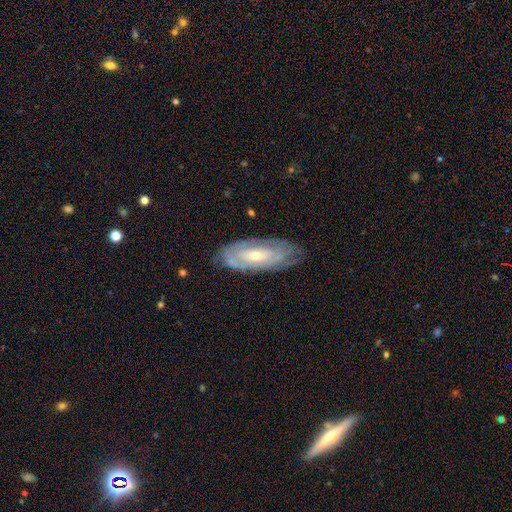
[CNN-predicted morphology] This appears to be a featured or disk galaxy (67%) with no bar (61%), spiral arms (67%) and a small central bulge (56%). Merging: none (75%).